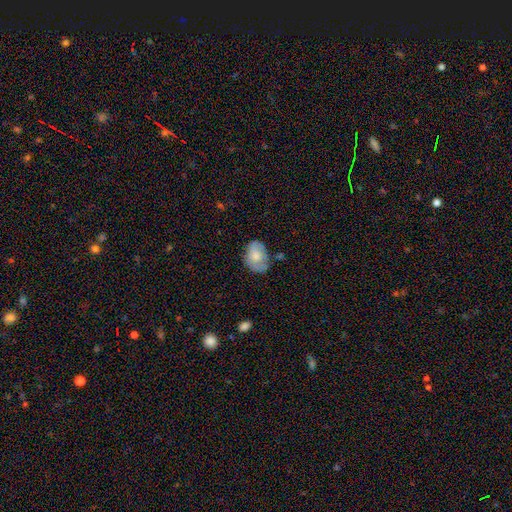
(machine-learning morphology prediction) This is likely a smooth galaxy (66%). How rounded: likely in between (78%). Merging: possibly none (55%).